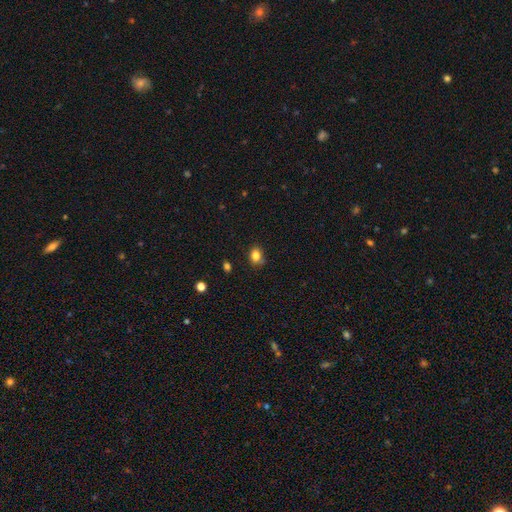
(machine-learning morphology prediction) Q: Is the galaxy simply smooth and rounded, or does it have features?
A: smooth — 83%.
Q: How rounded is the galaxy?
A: in between — 55%.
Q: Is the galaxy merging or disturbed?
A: none — 76%.